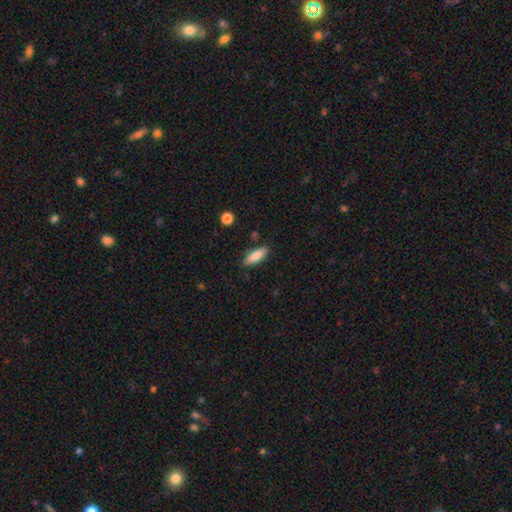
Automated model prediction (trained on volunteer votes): Overall: smooth (83%). How rounded: in between (55%; cigar-shaped 43%). Merging: none (85%).